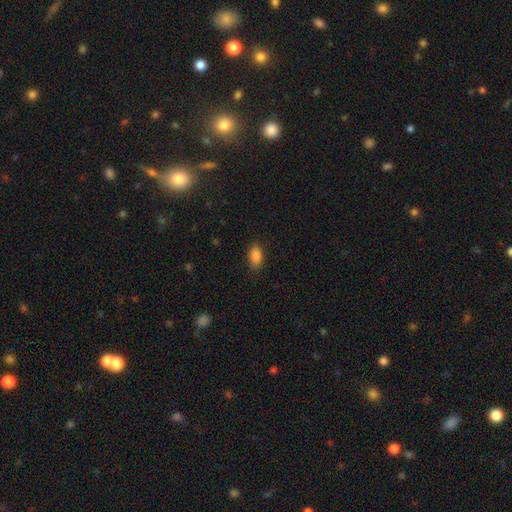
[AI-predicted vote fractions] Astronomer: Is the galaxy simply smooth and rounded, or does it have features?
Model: smooth — 87%.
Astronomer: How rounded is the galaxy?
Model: in between — 90%.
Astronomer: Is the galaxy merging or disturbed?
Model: none — 85%.